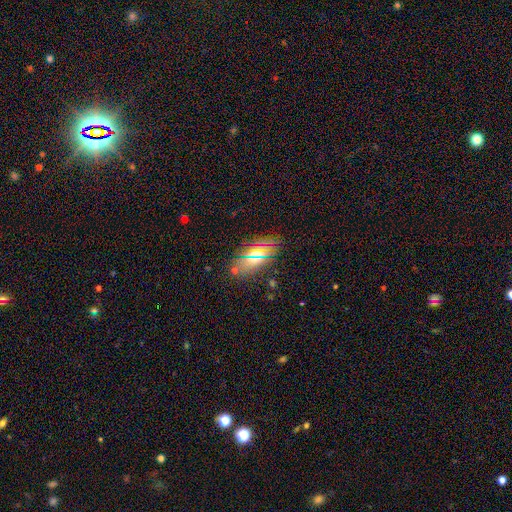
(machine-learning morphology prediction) A smooth galaxy with no disk features (61%) that is in between round and cigar-shaped (83%). Merging: none (82%).